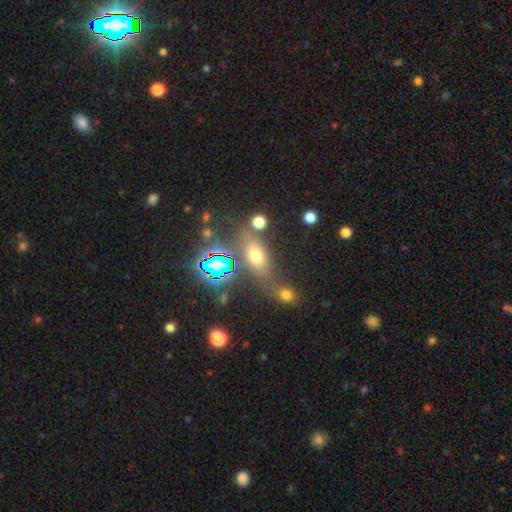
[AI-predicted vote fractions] Q: Smooth or featured?
A: smooth (56%); runner-up: star or artifact (28%)
Q: How rounded?
A: in between (69%); runner-up: round (17%)
Q: Merging?
A: none (62%); runner-up: merger (16%)